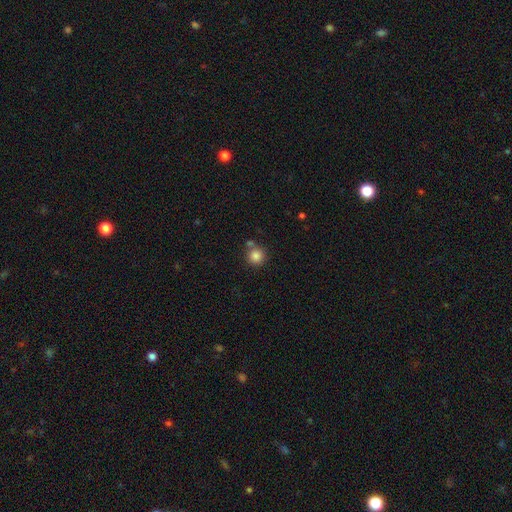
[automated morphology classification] Q: Smooth or featured?
A: smooth (83%); runner-up: star or artifact (11%)
Q: How rounded?
A: round (93%); runner-up: in between (6%)
Q: Merging?
A: none (72%); runner-up: merger (16%)